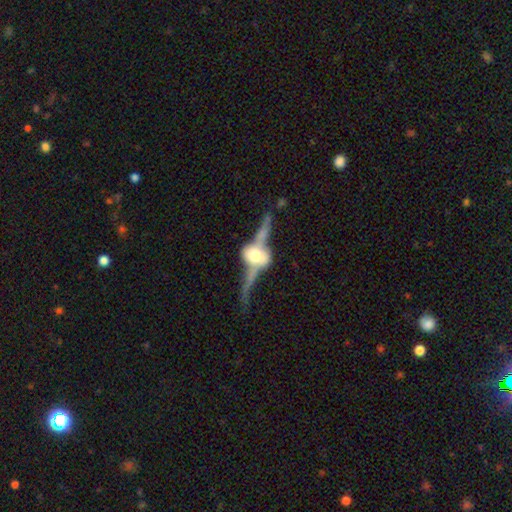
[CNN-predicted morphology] featured or disk 84%, smooth 11%, star or artifact 6%. Down the decision tree: edge-on disk — yes (90%); edge-on bulge — rounded (94%); merging — none (57%).